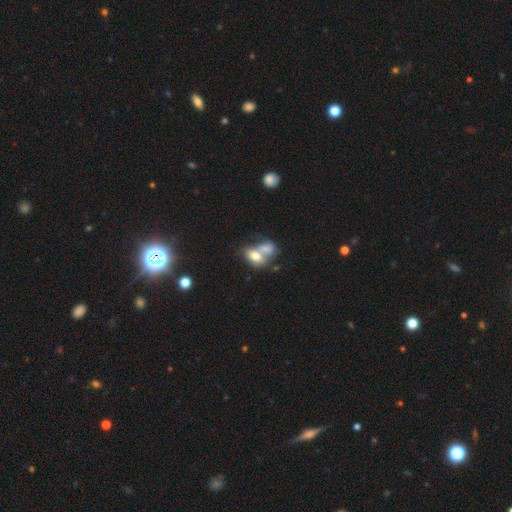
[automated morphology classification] Smooth or featured: smooth — 70% (featured or disk — 21%)
How rounded: in between — 78% (round — 20%)
Merging: merger — 68% (none — 18%)